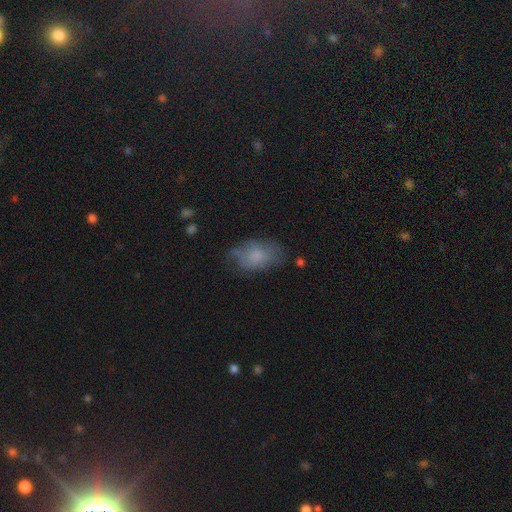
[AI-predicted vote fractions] This is likely a smooth galaxy (71%). How rounded: clearly in between (88%). Merging: possibly none (55%).